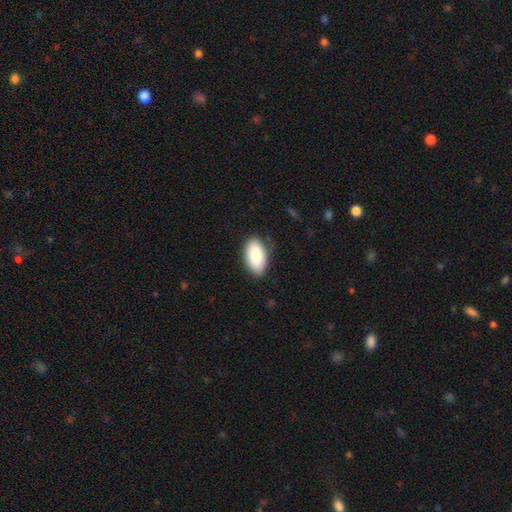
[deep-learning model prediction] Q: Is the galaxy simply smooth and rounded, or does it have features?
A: smooth — 87%.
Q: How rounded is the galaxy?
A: in between — 95%.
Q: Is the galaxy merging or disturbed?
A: none — 82%.